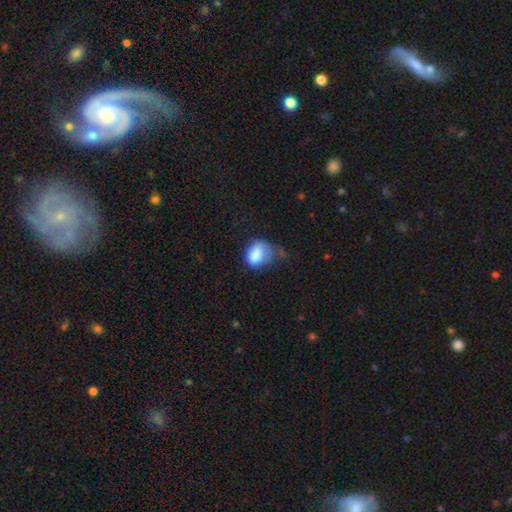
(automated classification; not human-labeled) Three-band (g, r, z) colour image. It shows a smooth galaxy with no disk features (82%) that is in between round and cigar-shaped (65%). Merging: minor disturbance (36%).